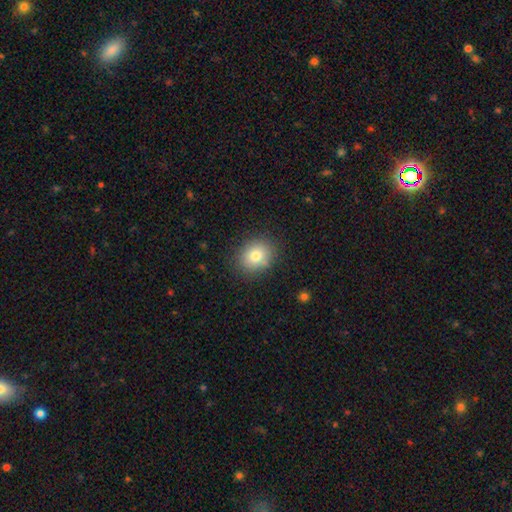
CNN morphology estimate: smooth-or-featured: smooth: 79% | star or artifact: 11% | featured or disk: 10%
  how-rounded: round: 61% | in between: 38% | cigar-shaped: 1%
  merging: none: 85% | minor disturbance: 10% | major disturbance: 3% | merger: 2%